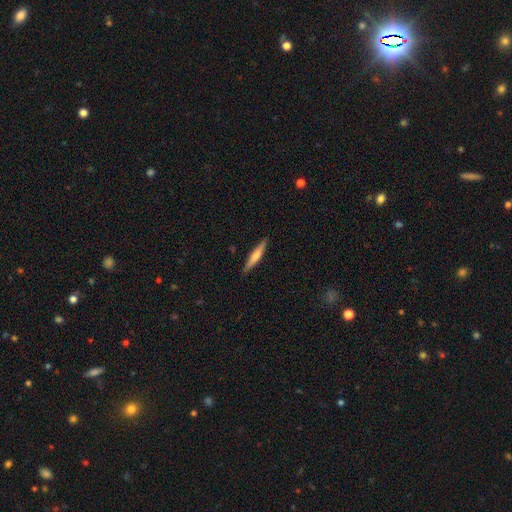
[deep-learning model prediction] Q: Smooth or featured?
A: smooth (55%); runner-up: featured or disk (39%)
Q: How rounded?
A: cigar-shaped (91%); runner-up: in between (7%)
Q: Merging?
A: none (89%); runner-up: minor disturbance (8%)